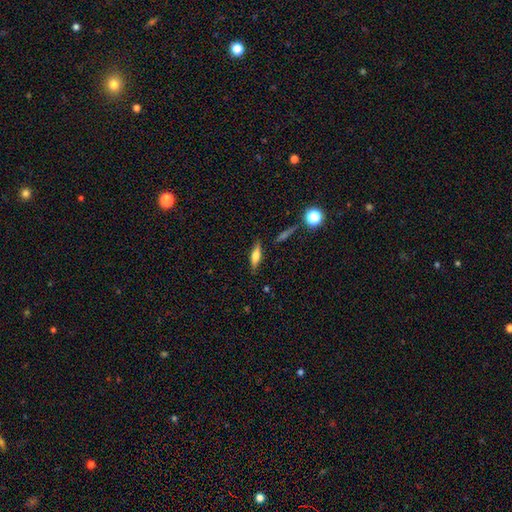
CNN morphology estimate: Overall: smooth (58%; featured or disk 34%). How rounded: cigar-shaped (54%; in between 43%). Merging: none (84%).